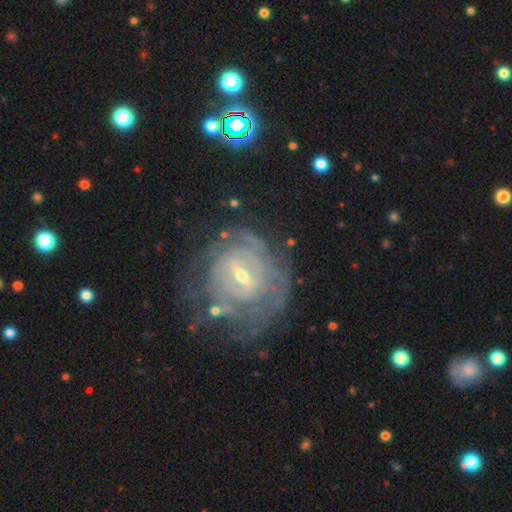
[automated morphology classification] smooth_or_featured: featured or disk (p=0.79) [alt: smooth p=0.11]
disk_edge_on: no (p=0.95) [alt: yes p=0.05]
bar: weak (p=0.50) [alt: strong p=0.27]
has_spiral_arms: yes (p=0.83) [alt: no p=0.17]
spiral_winding: tight (p=0.72) [alt: medium p=0.21]
spiral_arm_count: can't tell (p=0.56) [alt: 2 p=0.14]
bulge_size: small (p=0.63) [alt: moderate p=0.32]
merging: none (p=0.64) [alt: minor disturbance p=0.19]